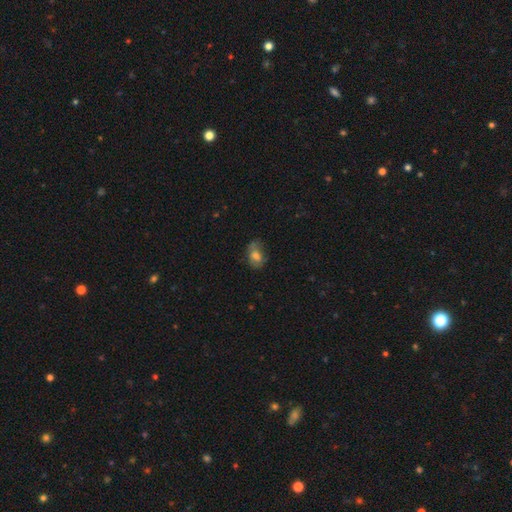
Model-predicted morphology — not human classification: smooth-or-featured: smooth: 66% | featured or disk: 24% | star or artifact: 10%
  how-rounded: in between: 79% | round: 19% | cigar-shaped: 2%
  merging: none: 55% | minor disturbance: 30% | major disturbance: 12% | merger: 3%